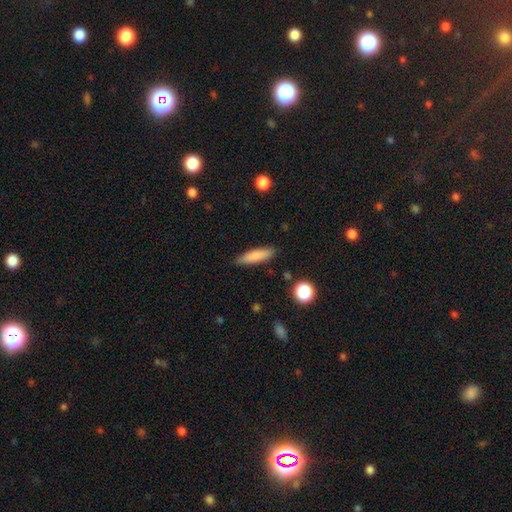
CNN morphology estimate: Smooth or featured? smooth (83%)
How rounded? cigar-shaped (72%)
Merging? none (86%)